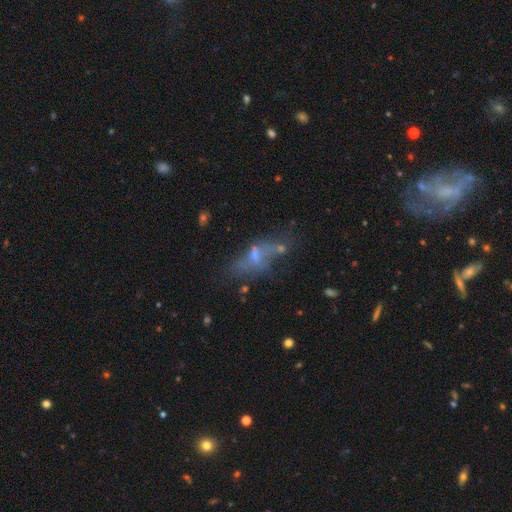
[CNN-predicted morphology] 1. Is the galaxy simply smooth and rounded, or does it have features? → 42% featured or disk, 38% smooth, 20% star or artifact.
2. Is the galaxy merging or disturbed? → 44% none, 21% major disturbance, 19% minor disturbance, 16% merger.